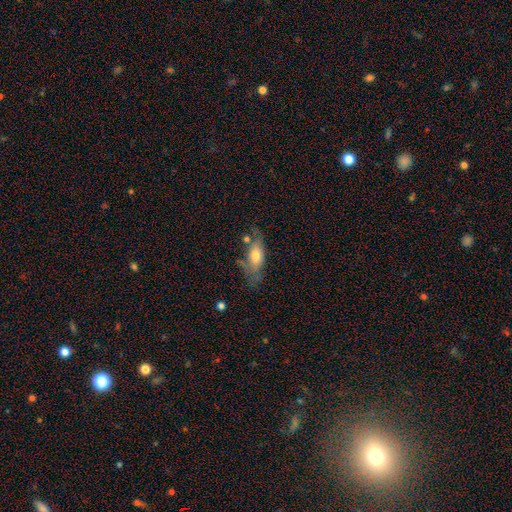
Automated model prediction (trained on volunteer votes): A smooth galaxy with no disk features (64%) that is in between round and cigar-shaped (74%).

Vote fractions:
- Smooth or featured? smooth: 64% / featured or disk: 29% / star or artifact: 7%
- How rounded? in between: 74% / cigar-shaped: 22% / round: 4%
- Merging? none: 50% / minor disturbance: 27% / major disturbance: 14% / merger: 9%